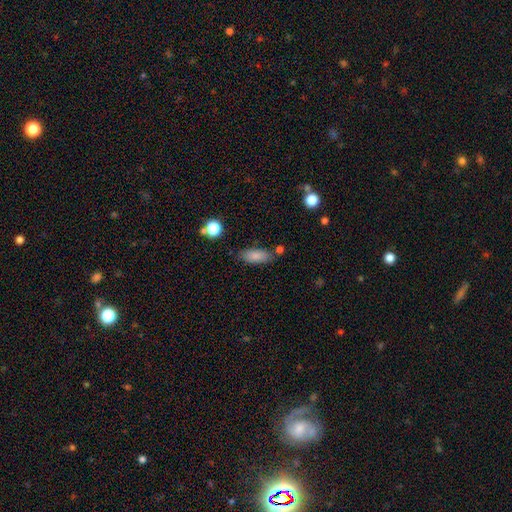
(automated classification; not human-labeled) smooth-or-featured: smooth: 84% | star or artifact: 9% | featured or disk: 7%
  how-rounded: in between: 76% | cigar-shaped: 22% | round: 3%
  merging: none: 76% | minor disturbance: 14% | merger: 6% | major disturbance: 4%